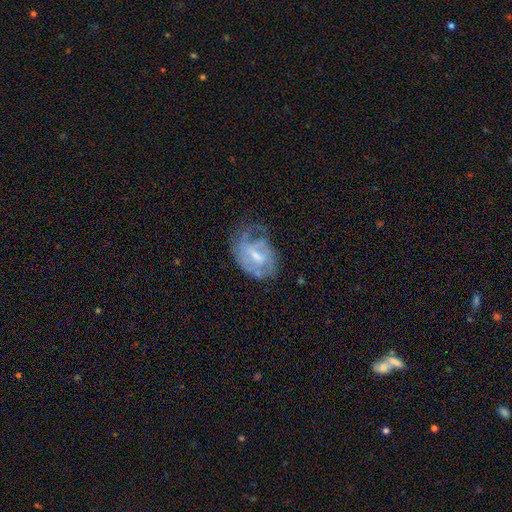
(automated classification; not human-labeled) Smooth or featured? Predicted: featured or disk (p=0.68). Edge-on disk? Predicted: no (p=0.96). Bar? Predicted: weak (p=0.55). Spiral arms? Predicted: yes (p=0.69). Bulge size? Predicted: moderate (p=0.42). Merging? Predicted: none (p=0.39).